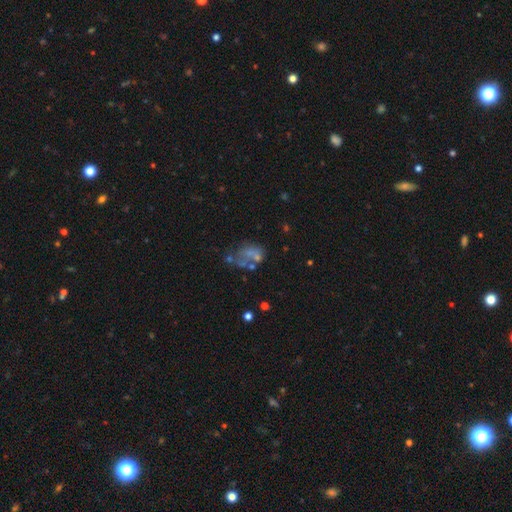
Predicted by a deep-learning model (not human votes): The model was most divided on "merging": none: 34%, major disturbance: 28%, merger: 21%, minor disturbance: 18%. Remaining: smooth or featured — featured or disk (44%).